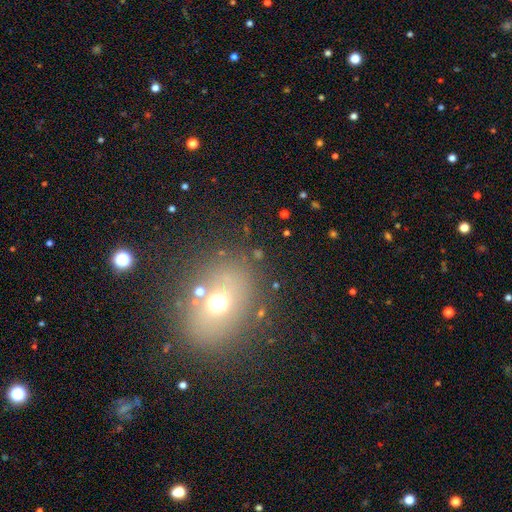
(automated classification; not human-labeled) The model was most divided on "smooth or featured": smooth: 47%, star or artifact: 37%, featured or disk: 16%. More confident: merging — none (78%).